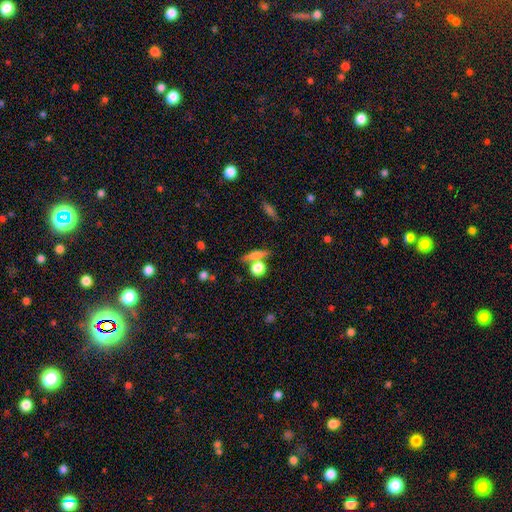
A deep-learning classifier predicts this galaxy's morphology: The model was most divided on "how rounded": cigar-shaped: 39%, round: 38%, in between: 23%. More confident: merging — none (66%); smooth or featured — smooth (64%).